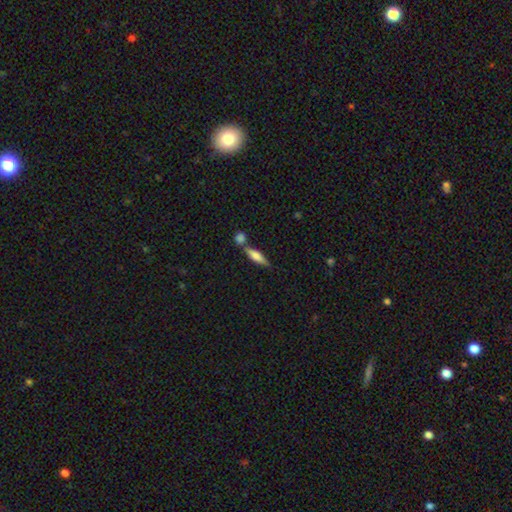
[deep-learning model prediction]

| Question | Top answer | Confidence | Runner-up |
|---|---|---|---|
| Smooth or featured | smooth | 62% | featured or disk (31%) |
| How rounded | cigar-shaped | 64% | in between (34%) |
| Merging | none | 58% | merger (27%) |